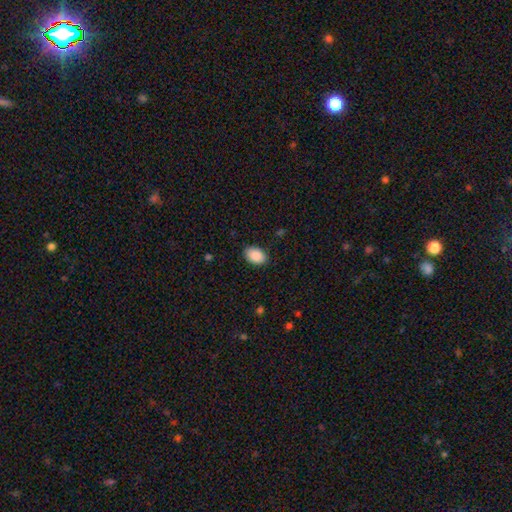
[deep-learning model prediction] smooth-or-featured: smooth: 89% | star or artifact: 7% | featured or disk: 4%
  how-rounded: in between: 89% | round: 10% | cigar-shaped: 1%
  merging: none: 87% | minor disturbance: 10% | major disturbance: 2% | merger: 1%